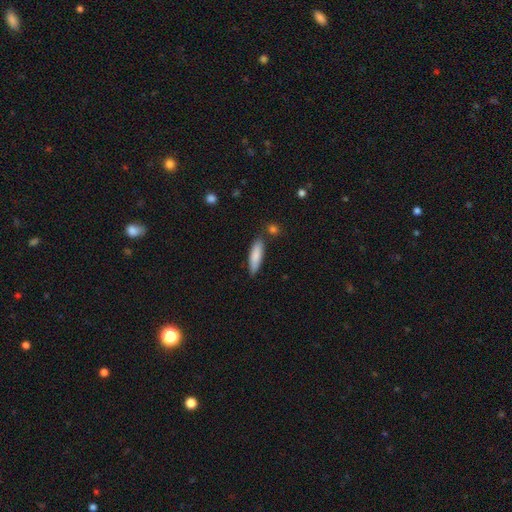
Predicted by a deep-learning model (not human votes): A smooth galaxy with no disk features (83%) that is cigar-shaped (59%). Merging: none (76%).